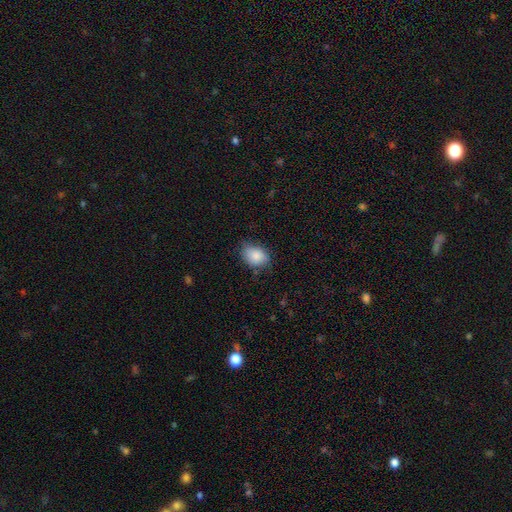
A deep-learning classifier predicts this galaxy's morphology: Smooth or featured? Predicted: smooth (p=0.86). How rounded? Predicted: in between (p=0.77). Merging? Predicted: none (p=0.67).